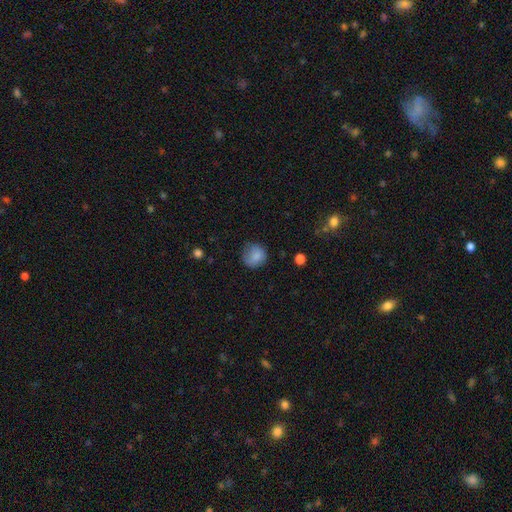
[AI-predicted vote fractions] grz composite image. It shows a smooth galaxy with no disk features (83%) that is round (87%). Merging: none (71%).